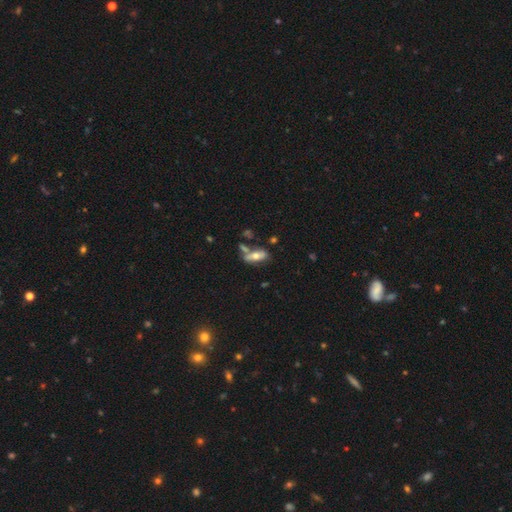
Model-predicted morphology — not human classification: Smooth or featured: smooth — 51% (featured or disk — 40%)
How rounded: in between — 71% (cigar-shaped — 25%)
Merging: none — 51% (merger — 23%)